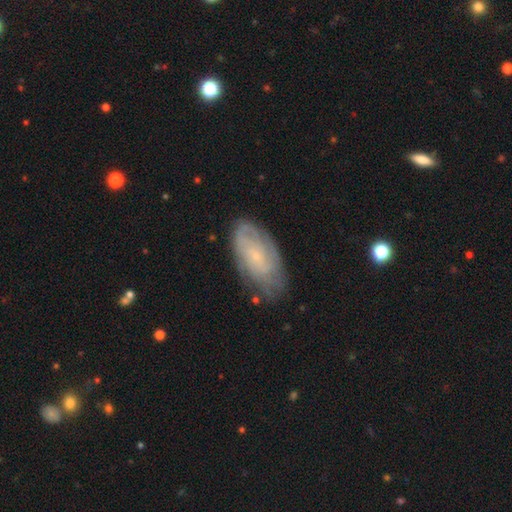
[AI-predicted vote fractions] This appears to be a featured or disk galaxy (59%) with no bar (73%), spiral arms (74%) and a small central bulge (81%). Merging: none (71%).